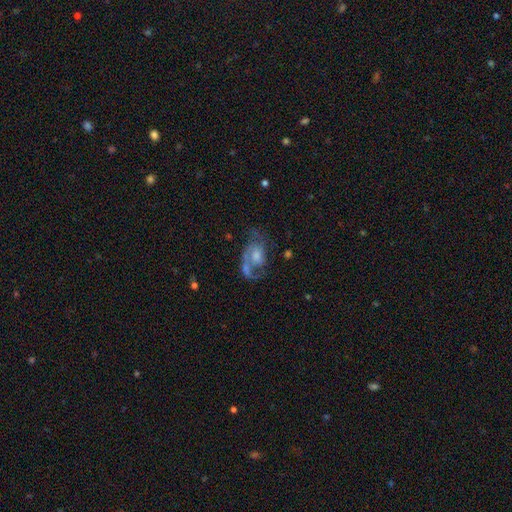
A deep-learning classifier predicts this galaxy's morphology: Smooth or featured: featured or disk — 75% (smooth — 16%)
Edge-on disk: no — 97% (yes — 3%)
Bar: no — 66% (weak — 29%)
Spiral arms: yes — 87% (no — 13%)
Spiral winding: medium — 47% (loose — 30%)
Spiral arm count: 2 — 54% (1 — 29%)
Bulge size: moderate — 45% (small — 33%)
Merging: none — 48% (major disturbance — 23%)